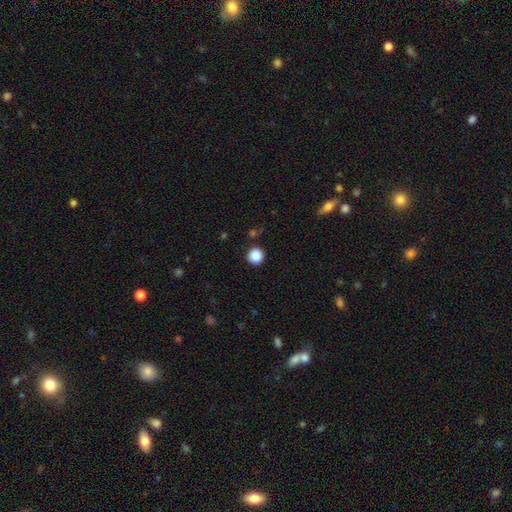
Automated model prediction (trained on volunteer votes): smooth-or-featured: smooth: 88% | star or artifact: 10% | featured or disk: 3%
  how-rounded: round: 95% | in between: 4% | cigar-shaped: 1%
  merging: none: 90% | minor disturbance: 6% | major disturbance: 2% | merger: 2%